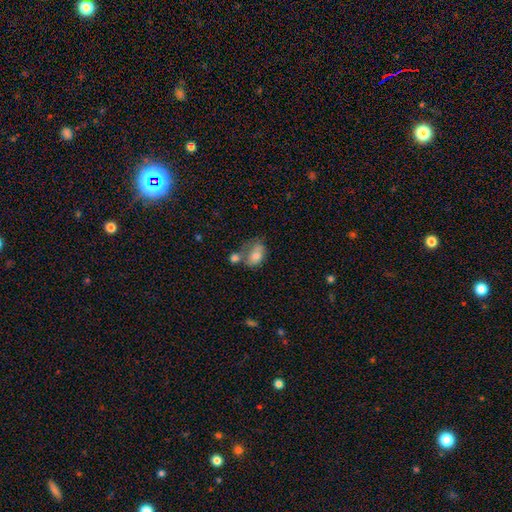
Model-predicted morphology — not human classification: type=smooth (68%); roundness=in between (81%); merging=merger (37%).